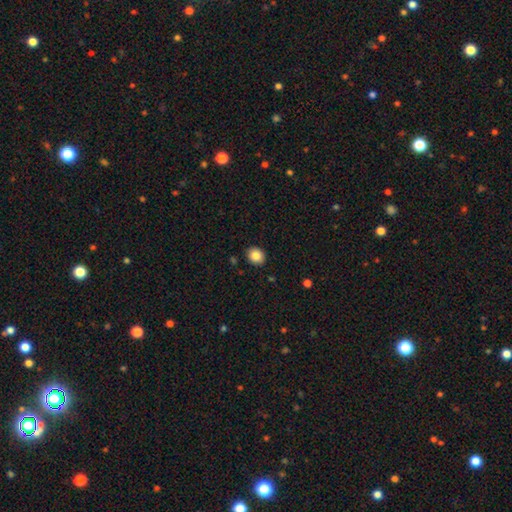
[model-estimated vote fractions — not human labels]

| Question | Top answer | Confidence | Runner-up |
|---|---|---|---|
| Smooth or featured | smooth | 84% | star or artifact (10%) |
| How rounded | round | 70% | in between (29%) |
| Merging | none | 90% | minor disturbance (7%) |